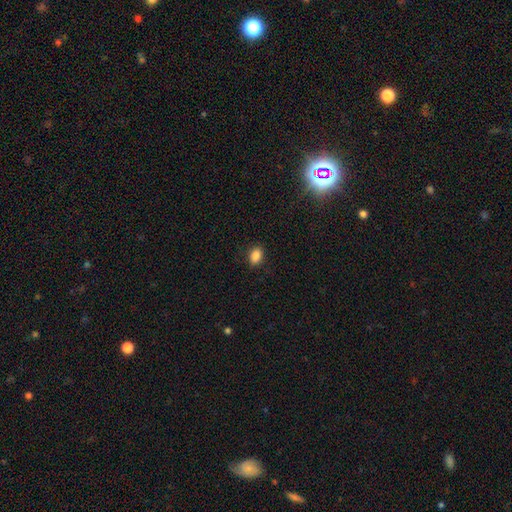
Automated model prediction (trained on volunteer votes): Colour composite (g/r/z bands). It shows a smooth galaxy with no disk features (87%) that is in between round and cigar-shaped (79%). Merging: none (87%).